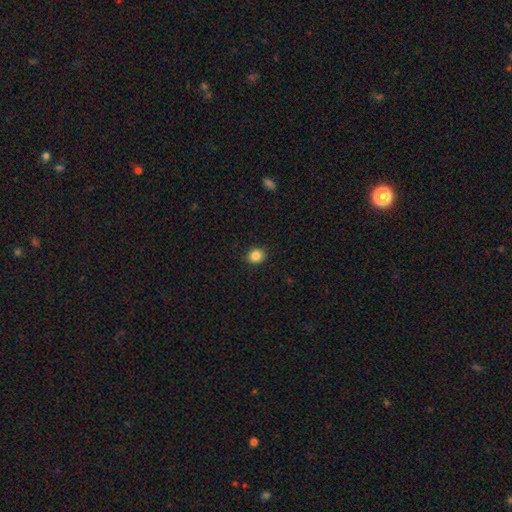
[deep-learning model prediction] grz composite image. It shows a smooth galaxy with no disk features (86%) that is round (81%). Merging: none (90%).